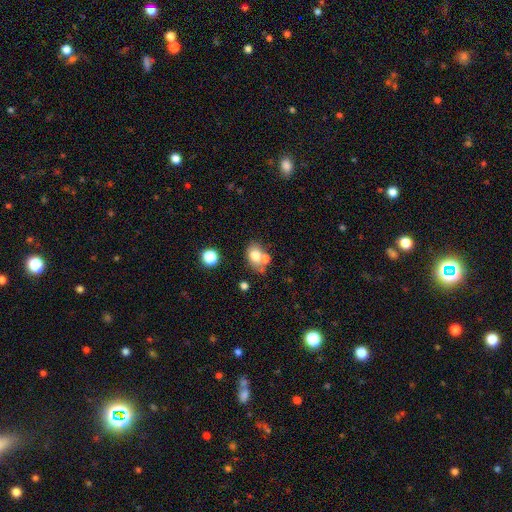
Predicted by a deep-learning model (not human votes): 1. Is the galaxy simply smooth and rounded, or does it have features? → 70% smooth, 18% featured or disk, 11% star or artifact.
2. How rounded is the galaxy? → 61% in between, 37% round, 1% cigar-shaped.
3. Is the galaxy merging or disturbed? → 45% none, 37% merger, 13% minor disturbance, 5% major disturbance.